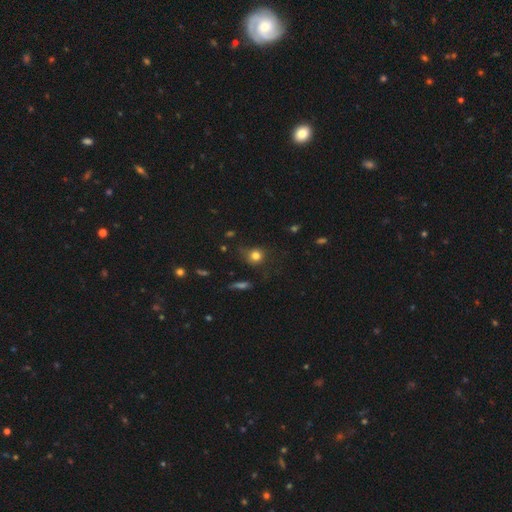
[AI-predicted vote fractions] A smooth galaxy with no disk features (78%) that is round (82%).

Vote fractions:
- Smooth or featured? smooth: 78% / star or artifact: 14% / featured or disk: 8%
- How rounded? round: 82% / in between: 16% / cigar-shaped: 2%
- Merging? none: 67% / minor disturbance: 22% / major disturbance: 9% / merger: 3%